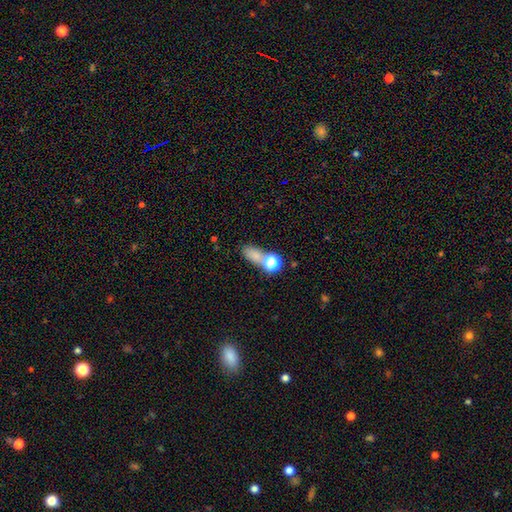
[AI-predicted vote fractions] smooth_or_featured: smooth (p=0.70) [alt: star or artifact p=0.20]
how_rounded: in between (p=0.68) [alt: round p=0.25]
merging: none (p=0.53) [alt: merger p=0.29]